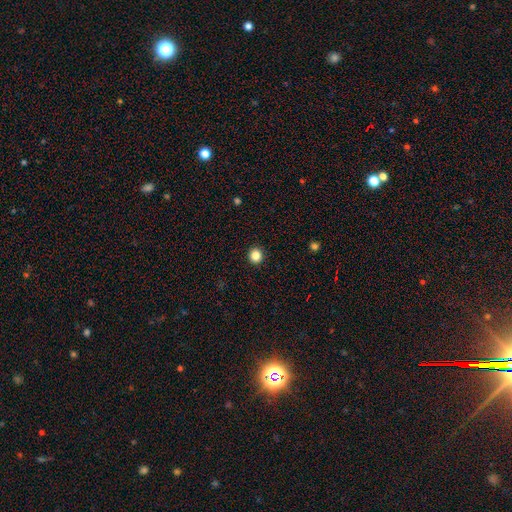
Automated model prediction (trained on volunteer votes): Smooth or featured? Predicted: smooth (p=0.85). How rounded? Predicted: round (p=0.90). Merging? Predicted: none (p=0.93).